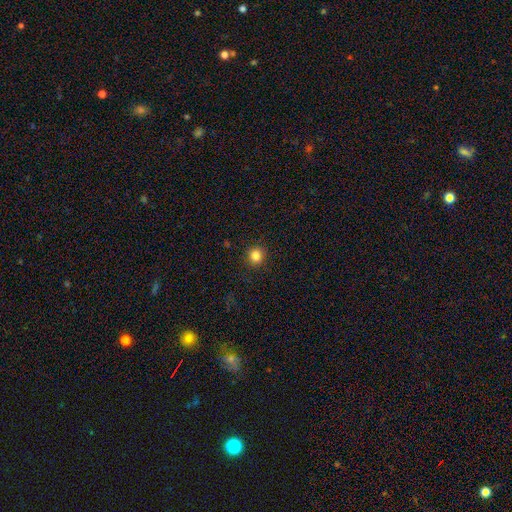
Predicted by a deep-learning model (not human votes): Smooth or featured: smooth — 84% (star or artifact — 12%)
How rounded: round — 90% (in between — 10%)
Merging: none — 91% (minor disturbance — 6%)